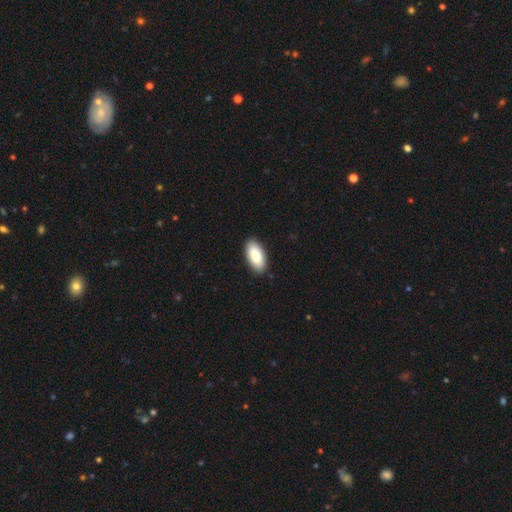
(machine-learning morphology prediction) This is clearly a smooth galaxy (88%). How rounded: clearly in between (92%). Merging: clearly none (90%).